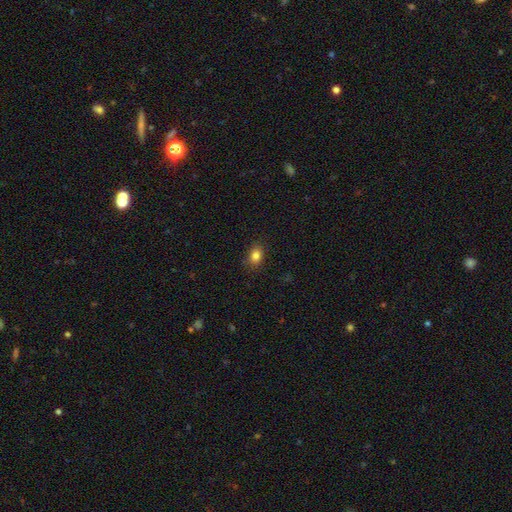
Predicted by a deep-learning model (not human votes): Smooth or featured?
  - smooth: 84% *
  - star or artifact: 11%
  - featured or disk: 6%
How rounded?
  - in between: 67% *
  - round: 32%
  - cigar-shaped: 1%
Merging?
  - none: 86% *
  - minor disturbance: 10%
  - major disturbance: 2%
  - merger: 1%